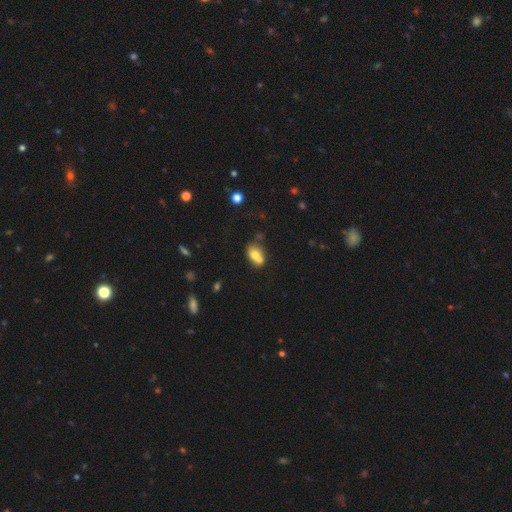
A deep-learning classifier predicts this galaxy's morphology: A smooth galaxy with no disk features (67%) that is in between round and cigar-shaped (61%).

Vote fractions:
- Smooth or featured? smooth: 67% / featured or disk: 22% / star or artifact: 10%
- How rounded? in between: 61% / round: 37% / cigar-shaped: 2%
- Merging? merger: 57% / none: 28% / minor disturbance: 11% / major disturbance: 4%